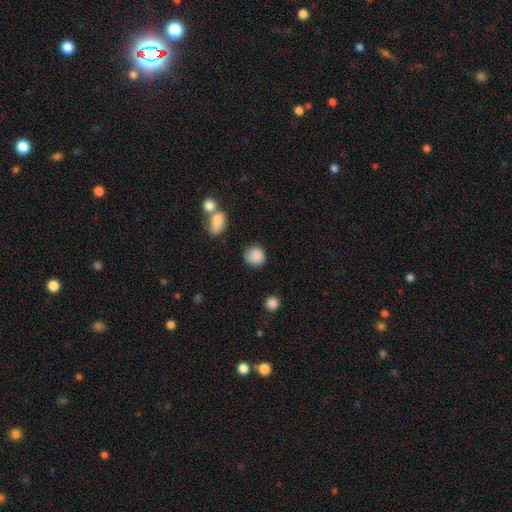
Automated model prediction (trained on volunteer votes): smooth-or-featured: smooth: 87% | star or artifact: 8% | featured or disk: 5%
  how-rounded: round: 87% | in between: 12% | cigar-shaped: 1%
  merging: none: 75% | minor disturbance: 16% | major disturbance: 5% | merger: 4%